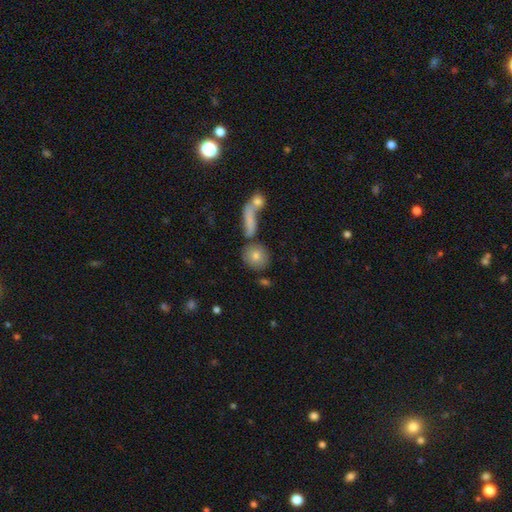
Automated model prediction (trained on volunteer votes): Morphology: type=smooth (73%); roundness=round (82%); merging=none (66%).